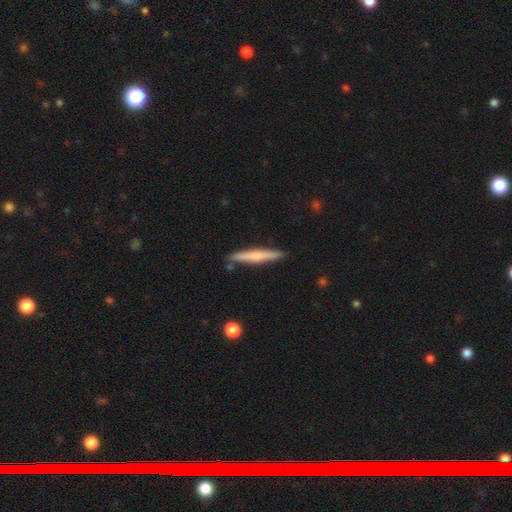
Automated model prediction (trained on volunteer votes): Smooth or featured? smooth (55%)
How rounded? cigar-shaped (95%)
Merging? none (87%)